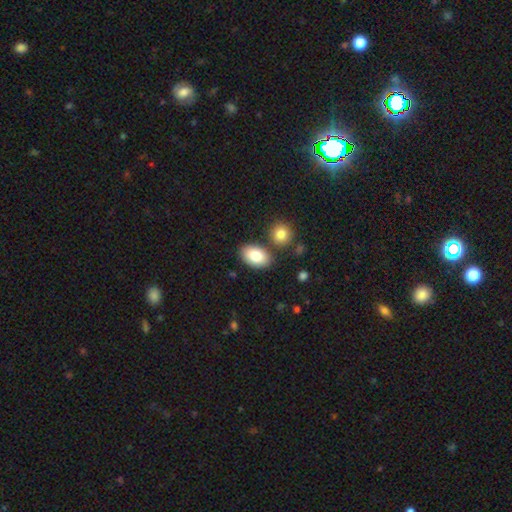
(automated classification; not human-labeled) Smooth or featured? smooth (82%)
How rounded? in between (90%)
Merging? none (77%)